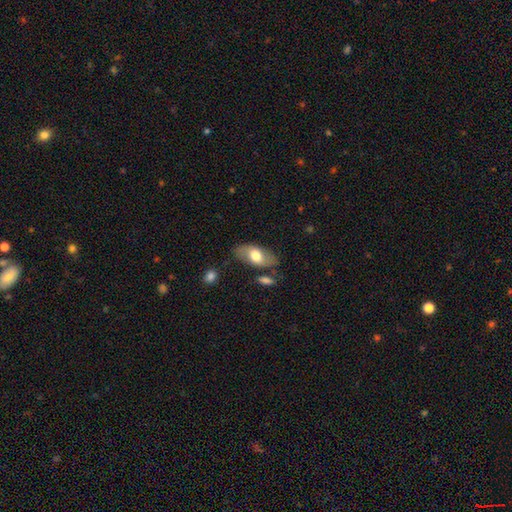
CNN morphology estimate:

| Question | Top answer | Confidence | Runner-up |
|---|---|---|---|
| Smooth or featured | smooth | 63% | featured or disk (31%) |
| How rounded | in between | 90% | cigar-shaped (6%) |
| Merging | none | 73% | minor disturbance (17%) |